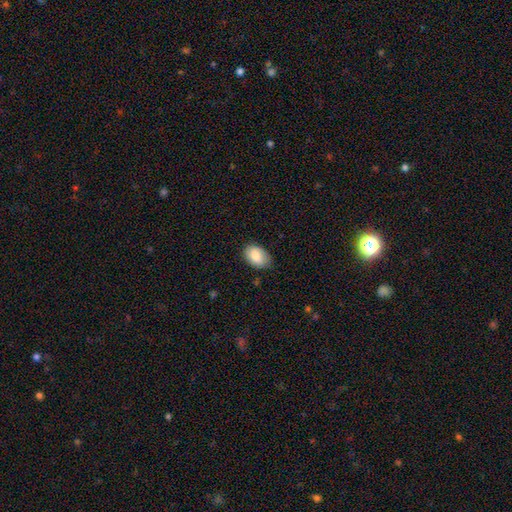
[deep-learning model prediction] smooth_or_featured: smooth (p=0.85) [alt: featured or disk p=0.09]
how_rounded: in between (p=0.87) [alt: round p=0.12]
merging: none (p=0.78) [alt: minor disturbance p=0.18]